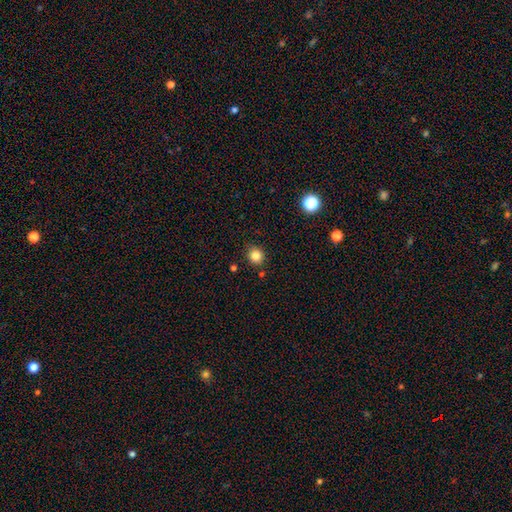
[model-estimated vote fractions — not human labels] A smooth galaxy with no disk features (83%) that is round (82%).

Vote fractions:
- Smooth or featured? smooth: 83% / star or artifact: 12% / featured or disk: 5%
- How rounded? round: 82% / in between: 17% / cigar-shaped: 1%
- Merging? none: 86% / minor disturbance: 9% / merger: 3% / major disturbance: 2%